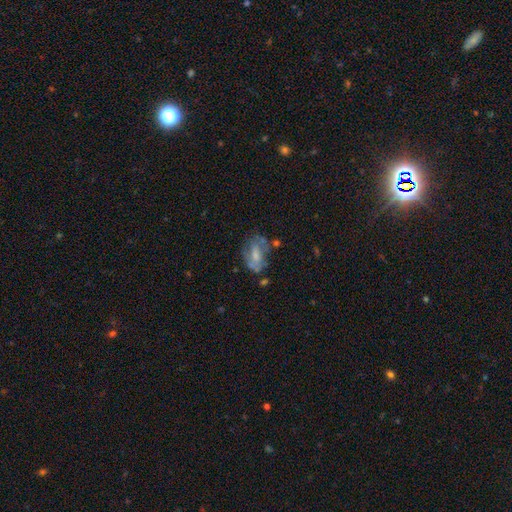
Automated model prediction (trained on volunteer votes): Overall: featured or disk (50%; smooth 41%). Edge-on disk: no (93%). Merging: none (48%; minor disturbance 26%).